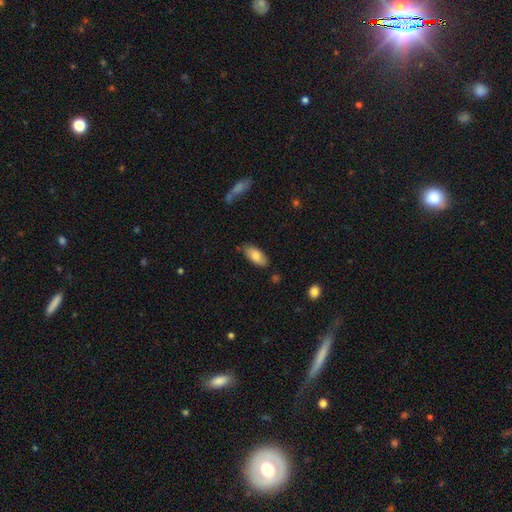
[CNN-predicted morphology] This appears to be a smooth galaxy with no disk features (81%) that is in between round and cigar-shaped (88%). Merging: none (80%).